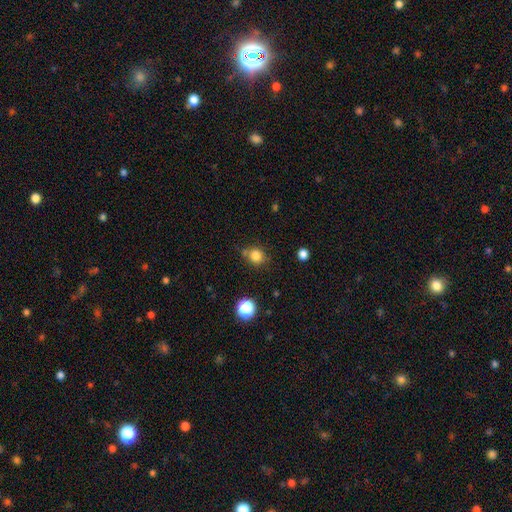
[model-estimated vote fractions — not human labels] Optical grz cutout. It shows a smooth galaxy with no disk features (82%) that is round (78%). Merging: none (68%).